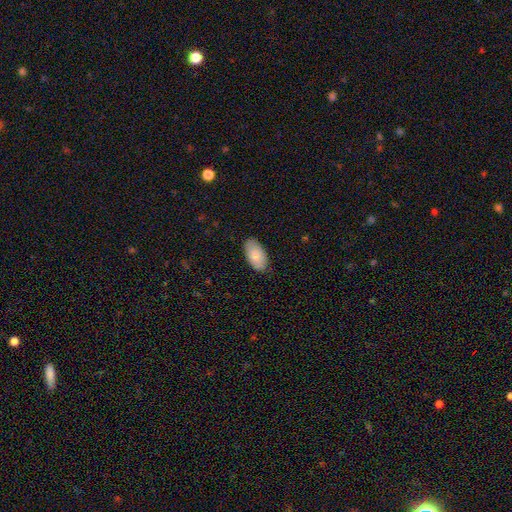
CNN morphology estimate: Q: Smooth or featured?
A: smooth (81%); runner-up: featured or disk (13%)
Q: How rounded?
A: in between (95%); runner-up: round (2%)
Q: Merging?
A: none (85%); runner-up: minor disturbance (12%)